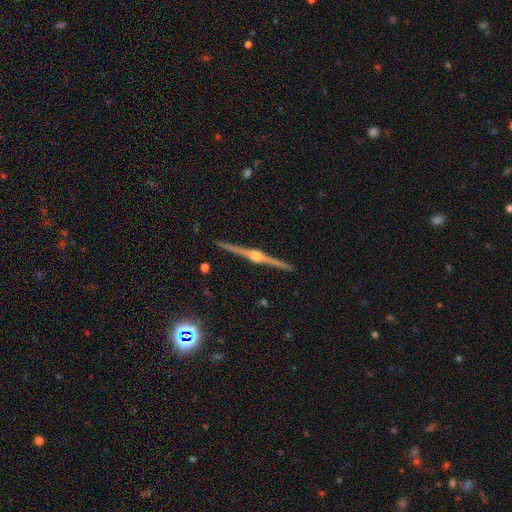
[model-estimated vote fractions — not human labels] Smooth or featured? Predicted: featured or disk (p=0.90). Edge-on disk? Predicted: yes (p=0.99). Edge-on bulge? Predicted: rounded (p=0.94). Merging? Predicted: none (p=0.93).